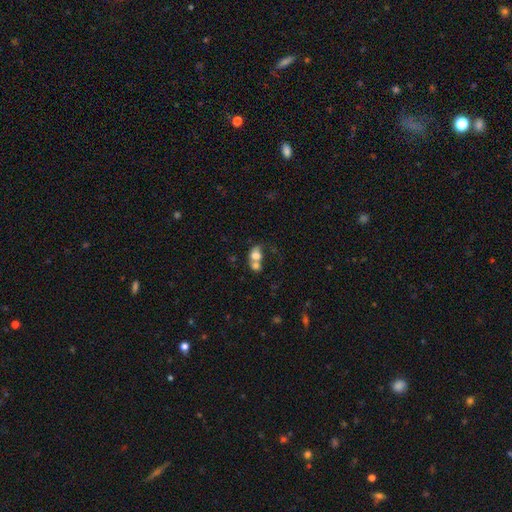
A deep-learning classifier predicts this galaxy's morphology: A smooth galaxy with no disk features (70%) that is in between round and cigar-shaped (53%).

Vote fractions:
- Smooth or featured? smooth: 70% / featured or disk: 20% / star or artifact: 10%
- How rounded? in between: 53% / round: 45% / cigar-shaped: 1%
- Merging? merger: 69% / none: 17% / major disturbance: 7% / minor disturbance: 7%